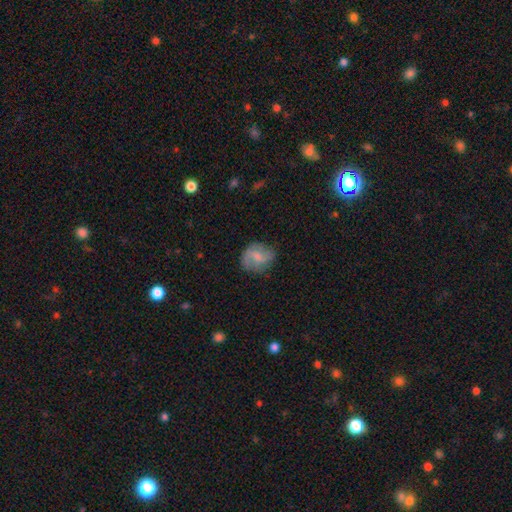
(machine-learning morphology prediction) Smooth or featured: featured or disk — 50% (smooth — 39%)
Merging: none — 76% (minor disturbance — 17%)